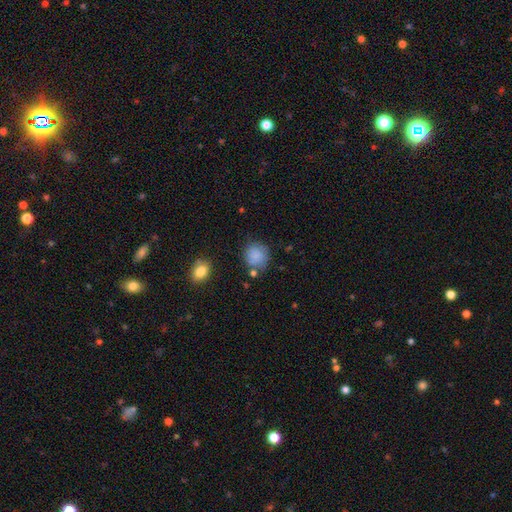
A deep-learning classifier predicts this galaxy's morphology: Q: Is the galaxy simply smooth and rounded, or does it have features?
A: smooth — 83%.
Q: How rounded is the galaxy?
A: round — 83%.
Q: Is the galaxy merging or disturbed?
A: none — 71%.